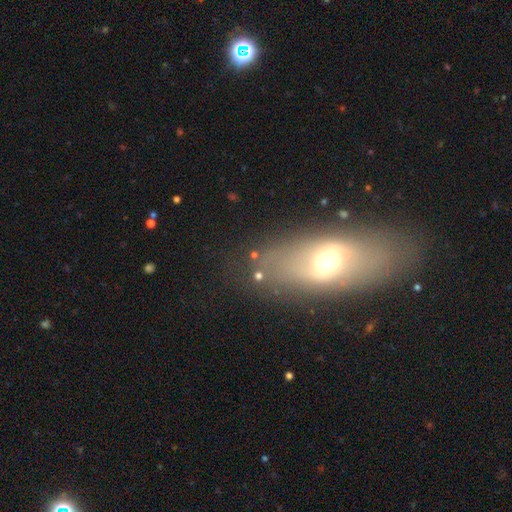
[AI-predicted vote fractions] This is marginally a smooth galaxy (43%). Merging: likely none (62%).